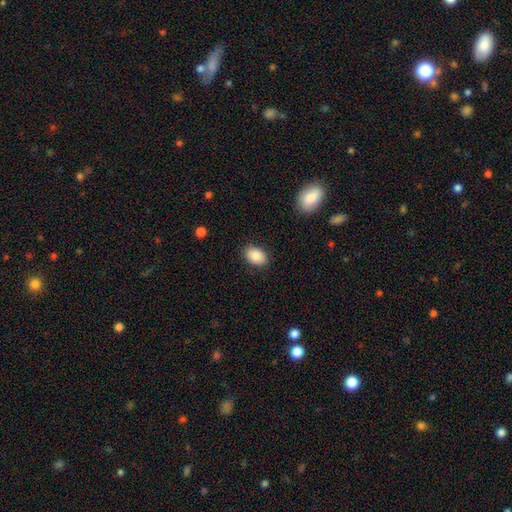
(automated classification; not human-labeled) This appears to be a smooth galaxy with no disk features (86%) that is in between round and cigar-shaped (84%). Merging: none (87%).